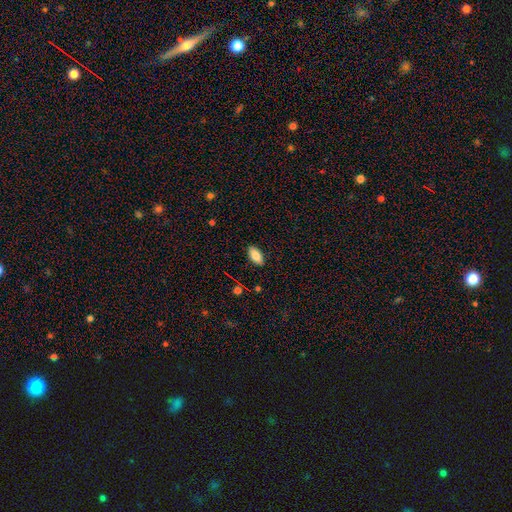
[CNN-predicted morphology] Overall: smooth (83%). How rounded: in between (92%). Merging: none (89%).